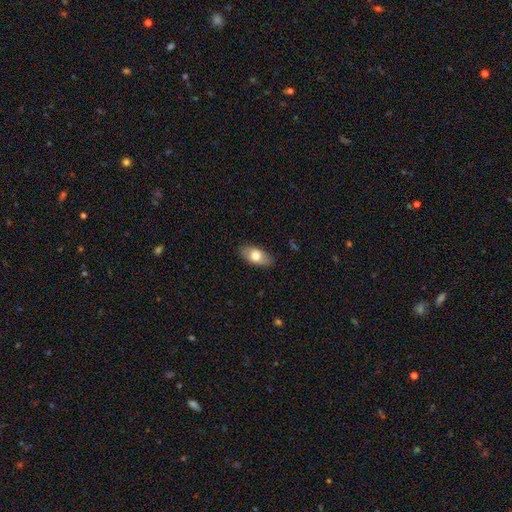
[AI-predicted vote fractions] This appears to be a smooth galaxy with no disk features (73%) that is in between round and cigar-shaped (91%). Merging: none (85%).